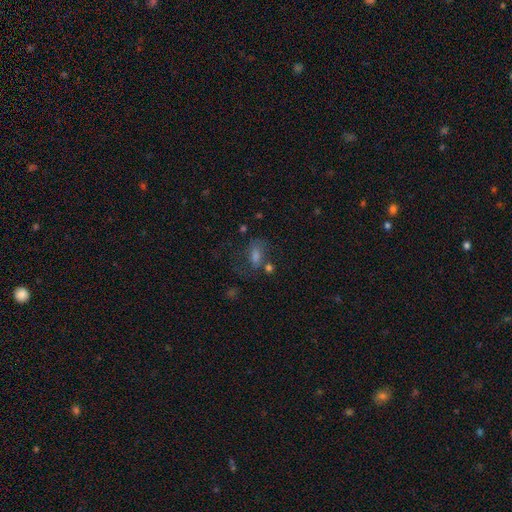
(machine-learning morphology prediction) Smooth or featured: smooth — 49% (featured or disk — 26%)
Merging: none — 50% (major disturbance — 21%)